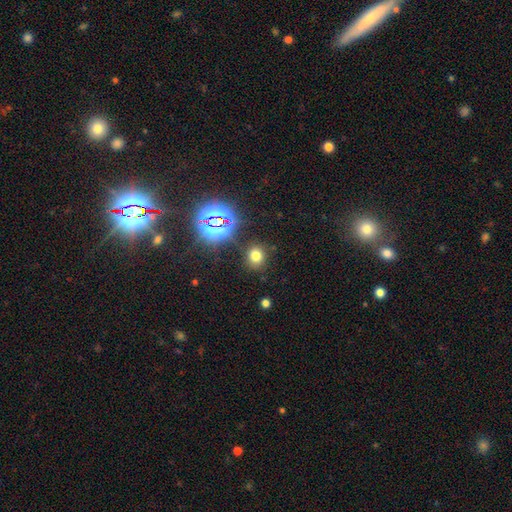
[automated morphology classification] Smooth or featured?
  - smooth: 68% *
  - star or artifact: 24%
  - featured or disk: 8%
How rounded?
  - round: 75% *
  - in between: 24%
  - cigar-shaped: 1%
Merging?
  - none: 84% *
  - minor disturbance: 9%
  - major disturbance: 3%
  - merger: 3%